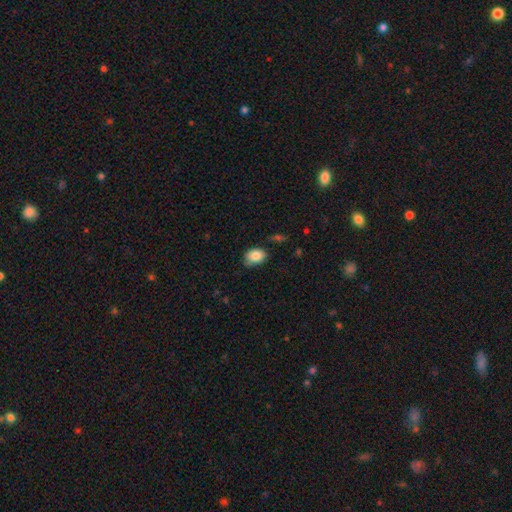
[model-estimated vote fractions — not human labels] This appears to be a smooth galaxy with no disk features (85%) that is in between round and cigar-shaped (75%). Merging: none (66%).